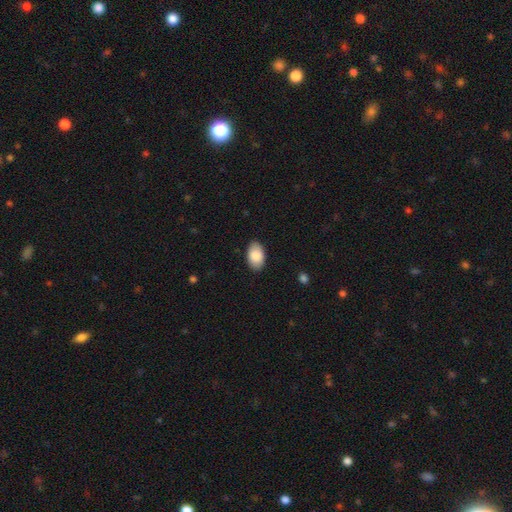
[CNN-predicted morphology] Q: Smooth or featured?
A: smooth (88%); runner-up: star or artifact (6%)
Q: How rounded?
A: in between (93%); runner-up: round (6%)
Q: Merging?
A: none (88%); runner-up: minor disturbance (9%)